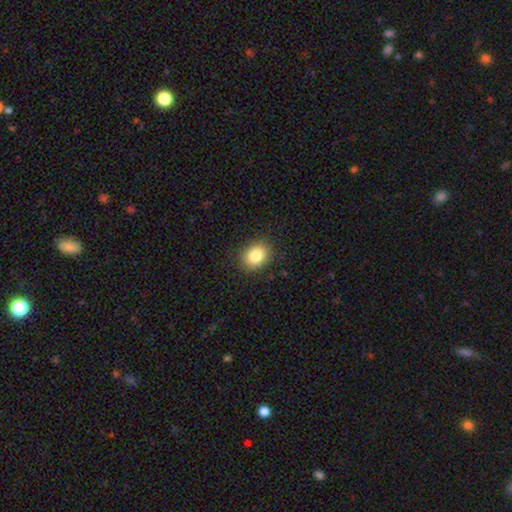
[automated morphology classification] Overall: smooth (83%). How rounded: round (51%; in between 48%). Merging: none (88%).